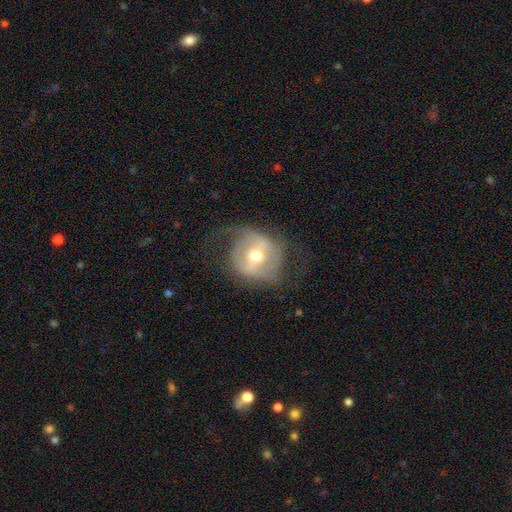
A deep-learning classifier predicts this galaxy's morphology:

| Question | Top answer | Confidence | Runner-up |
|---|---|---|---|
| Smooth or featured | featured or disk | 67% | smooth (26%) |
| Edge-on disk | no | 95% | yes (5%) |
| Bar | weak | 42% | strong (35%) |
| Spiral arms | yes | 64% | no (36%) |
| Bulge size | moderate | 70% | small (21%) |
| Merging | none | 56% | major disturbance (23%) |